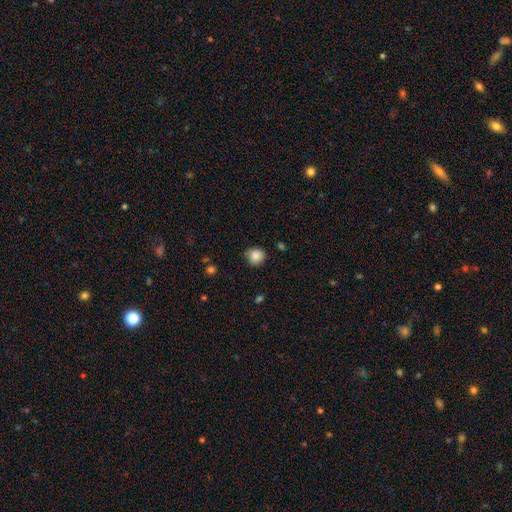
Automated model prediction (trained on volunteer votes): This is clearly a smooth galaxy (86%). How rounded: clearly round (91%). Merging: clearly none (81%).